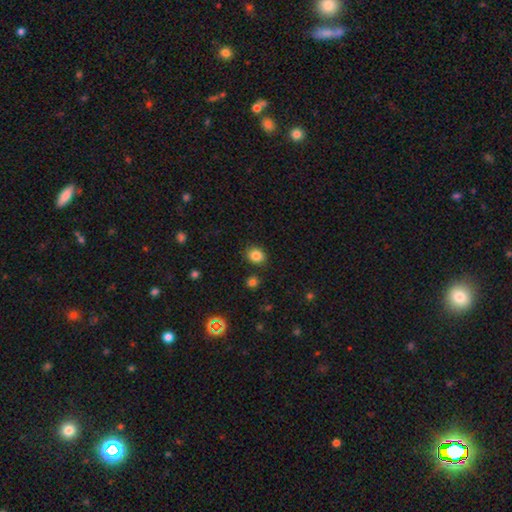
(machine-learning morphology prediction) A smooth galaxy with no disk features (84%) that is round (59%). Merging: none (85%).